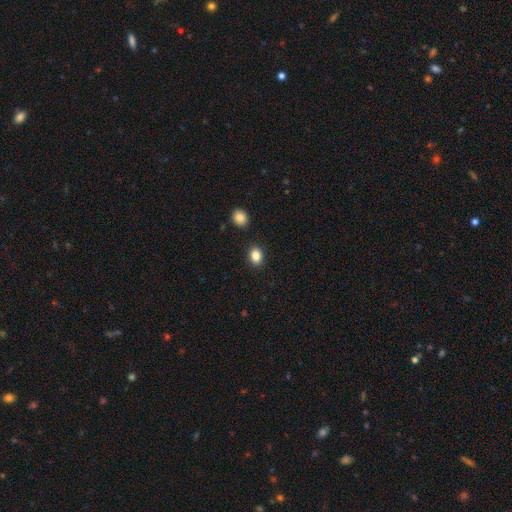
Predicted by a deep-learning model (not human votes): Smooth or featured? smooth (85%)
How rounded? in between (66%)
Merging? none (87%)